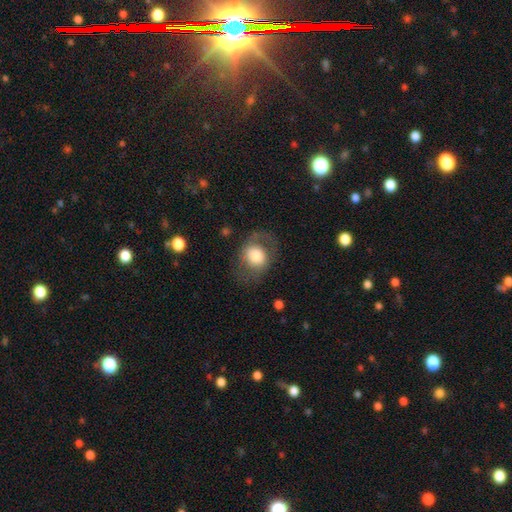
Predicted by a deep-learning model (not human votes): Morphology: type=smooth (63%); roundness=round (59%); merging=none (62%).